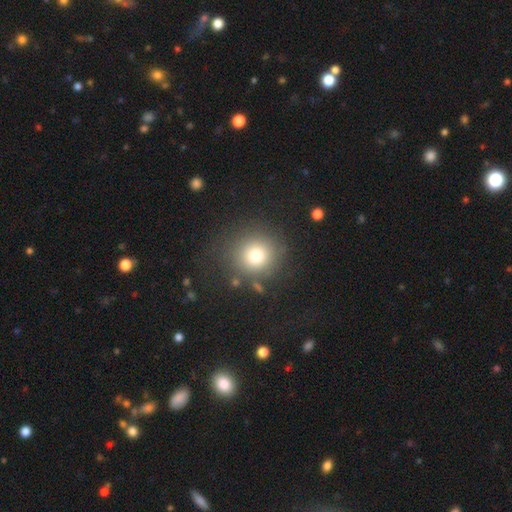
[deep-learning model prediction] Morphology: type=smooth (77%); roundness=round (89%); merging=none (82%).